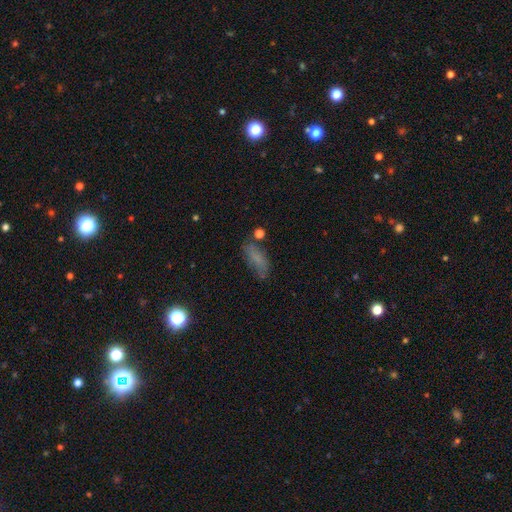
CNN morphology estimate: type=smooth (59%); roundness=in between (61%); merging=none (63%).